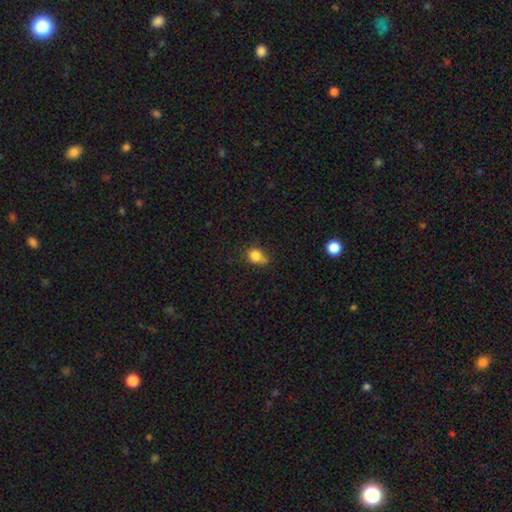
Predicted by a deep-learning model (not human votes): Q: Smooth or featured?
A: smooth (80%); runner-up: star or artifact (12%)
Q: How rounded?
A: round (56%); runner-up: in between (42%)
Q: Merging?
A: none (47%); runner-up: minor disturbance (36%)